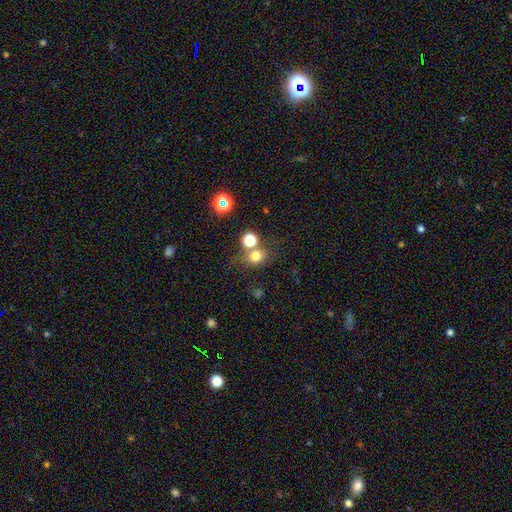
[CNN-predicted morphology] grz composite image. It shows a smooth galaxy with no disk features (73%) that is round (69%). Merging: none (61%).